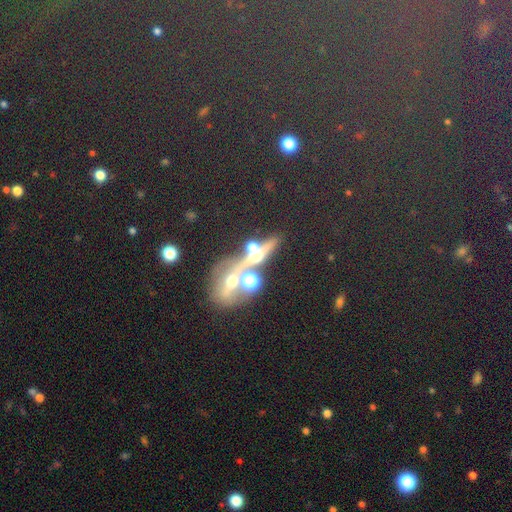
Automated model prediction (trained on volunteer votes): Smooth or featured? Predicted: featured or disk (p=0.47). Merging? Predicted: none (p=0.44).